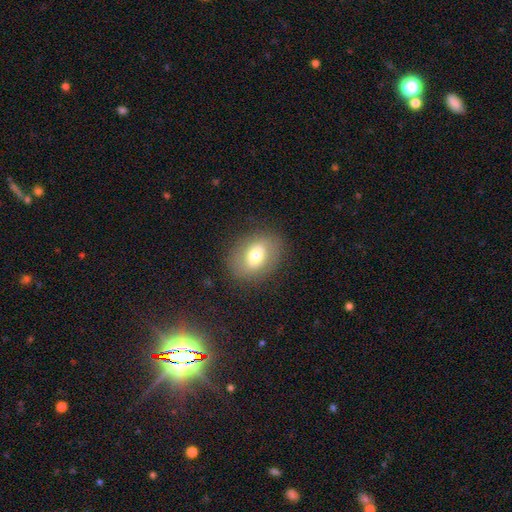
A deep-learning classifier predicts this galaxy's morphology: Smooth or featured? smooth (62%)
How rounded? in between (57%)
Merging? none (81%)